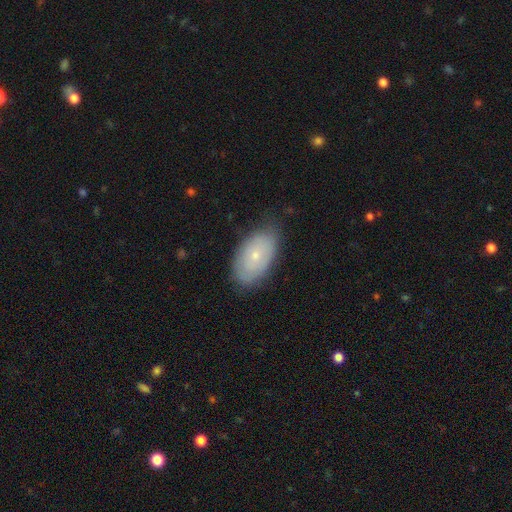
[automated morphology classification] The model was most divided on "smooth or featured": smooth: 58%, featured or disk: 35%, star or artifact: 7%. More confident: how rounded — in between (92%); merging — none (73%).